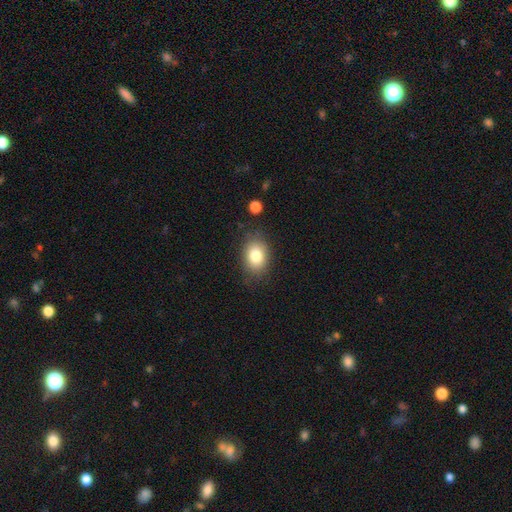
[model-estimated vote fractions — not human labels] smooth_or_featured: smooth (p=0.81) [alt: featured or disk p=0.10]
how_rounded: in between (p=0.73) [alt: round p=0.26]
merging: none (p=0.80) [alt: minor disturbance p=0.14]